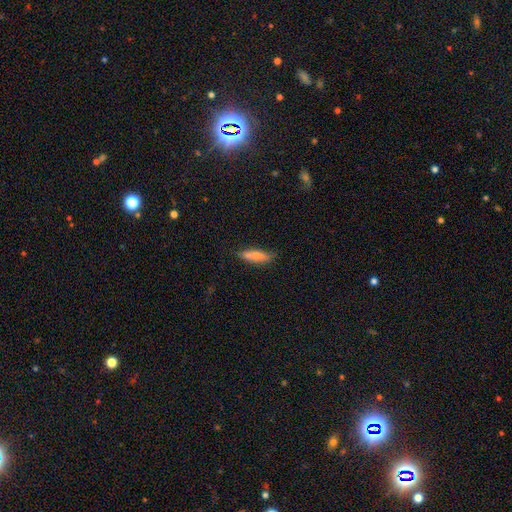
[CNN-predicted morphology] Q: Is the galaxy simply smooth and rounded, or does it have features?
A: smooth — 75%.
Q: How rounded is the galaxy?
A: cigar-shaped — 63%.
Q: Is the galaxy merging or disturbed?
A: none — 78%.